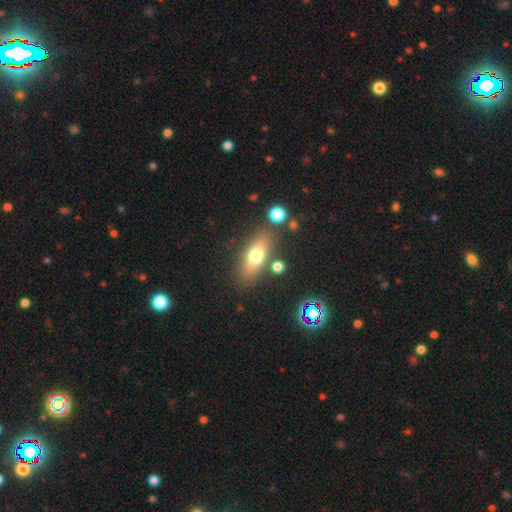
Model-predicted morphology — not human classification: The model was most divided on "how rounded": in between: 66%, cigar-shaped: 28%, round: 6%. More confident: merging — none (78%); smooth or featured — smooth (64%).